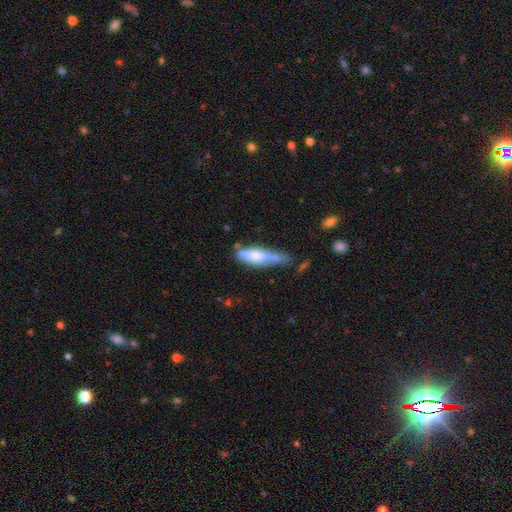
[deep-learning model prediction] Smooth or featured? smooth (61%)
How rounded? cigar-shaped (65%)
Merging? none (43%)